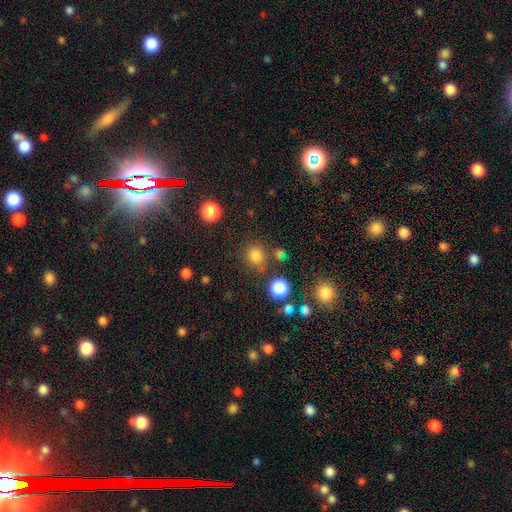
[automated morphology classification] Smooth or featured?
  - smooth: 79% *
  - star or artifact: 16%
  - featured or disk: 5%
How rounded?
  - round: 84% *
  - in between: 15%
  - cigar-shaped: 1%
Merging?
  - none: 78% *
  - minor disturbance: 11%
  - merger: 7%
  - major disturbance: 4%